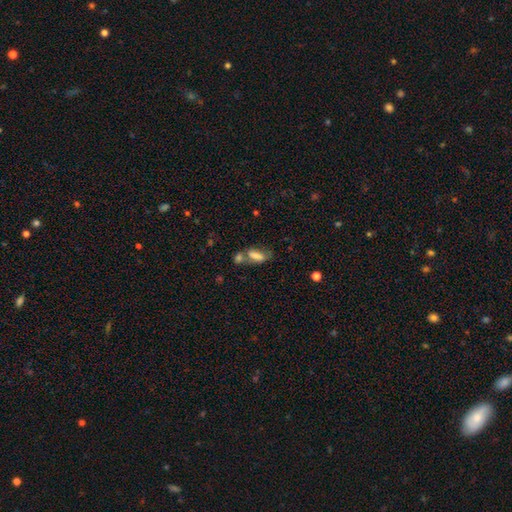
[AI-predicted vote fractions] This is likely a smooth galaxy (72%). How rounded: likely in between (75%). Merging: marginally merger (44%).